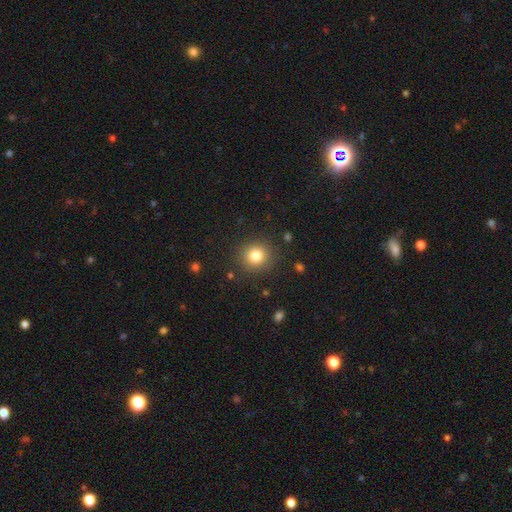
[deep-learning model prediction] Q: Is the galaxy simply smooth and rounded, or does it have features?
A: smooth — 81%.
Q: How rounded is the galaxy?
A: round — 89%.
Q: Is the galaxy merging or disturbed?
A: none — 88%.